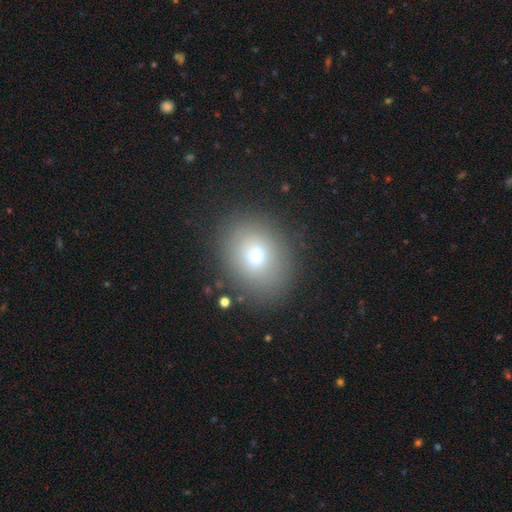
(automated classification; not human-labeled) smooth-or-featured: smooth: 69% | star or artifact: 15% | featured or disk: 15%
  how-rounded: round: 56% | in between: 43% | cigar-shaped: 1%
  merging: none: 85% | minor disturbance: 9% | major disturbance: 4% | merger: 1%